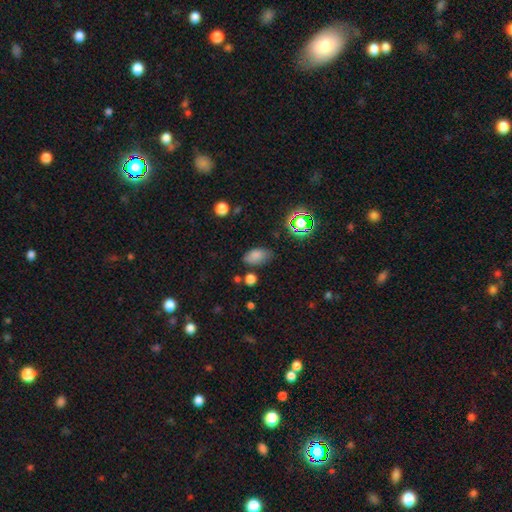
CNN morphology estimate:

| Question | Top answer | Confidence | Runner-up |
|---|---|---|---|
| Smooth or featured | smooth | 78% | star or artifact (14%) |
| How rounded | in between | 91% | round (7%) |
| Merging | none | 70% | minor disturbance (20%) |